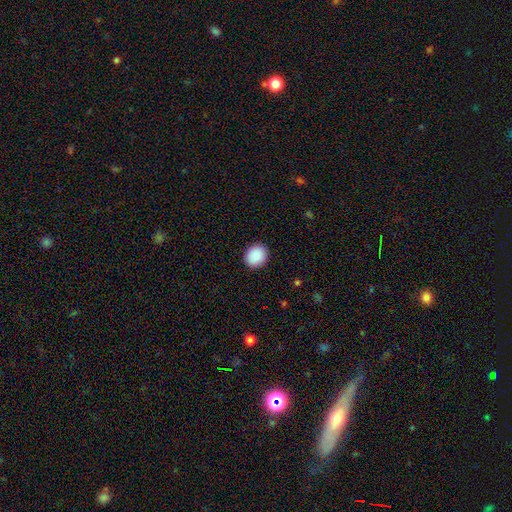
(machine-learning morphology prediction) Overall: smooth (90%). How rounded: round (66%; in between 34%). Merging: none (90%).